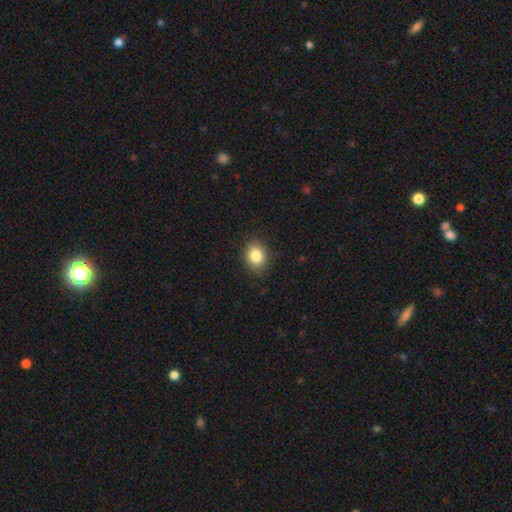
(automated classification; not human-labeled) This is clearly a smooth galaxy (85%). How rounded: possibly in between (50%). Merging: clearly none (87%).